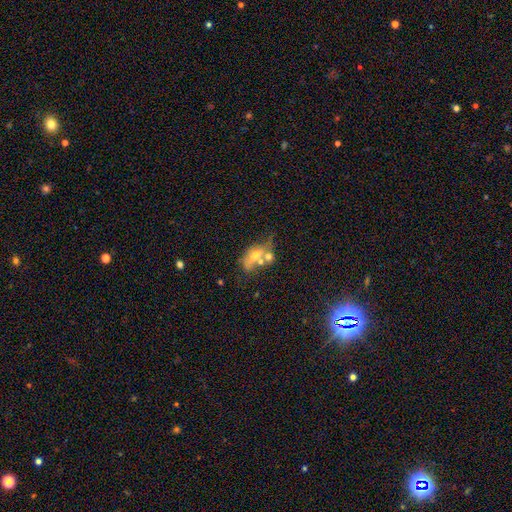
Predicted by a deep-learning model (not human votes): A smooth galaxy with no disk features (46%). Merging: merger (42%).